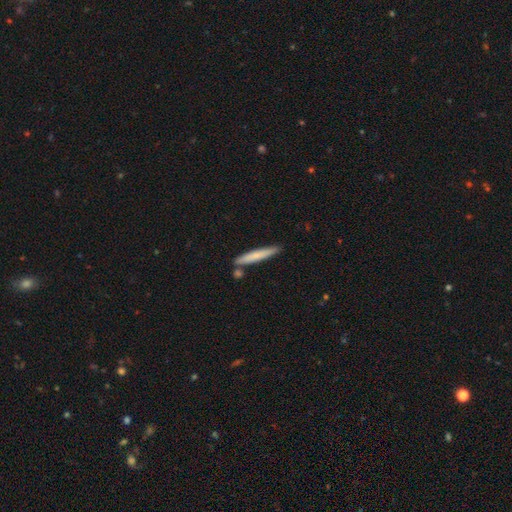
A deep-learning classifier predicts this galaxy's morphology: Smooth or featured: smooth — 69% (featured or disk — 26%)
How rounded: cigar-shaped — 95% (in between — 4%)
Merging: none — 78% (minor disturbance — 11%)